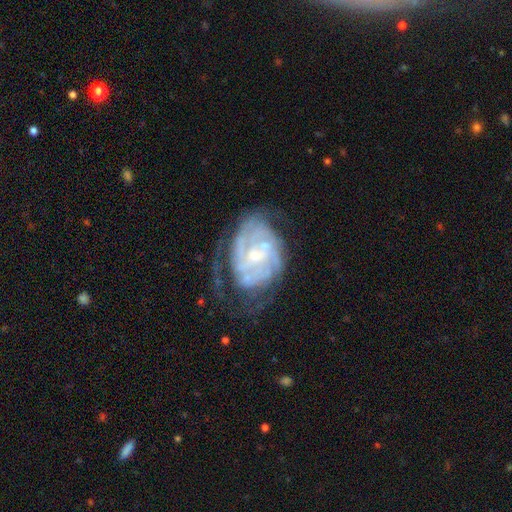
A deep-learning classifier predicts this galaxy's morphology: Smooth or featured?
  - featured or disk: 82% *
  - smooth: 11%
  - star or artifact: 7%
Edge-on disk?
  - no: 97% *
  - yes: 3%
Bar?
  - no: 55% *
  - weak: 36%
  - strong: 9%
Spiral arms?
  - yes: 85% *
  - no: 15%
Spiral winding?
  - tight: 56% *
  - medium: 32%
  - loose: 12%
Spiral arm count?
  - can't tell: 46% *
  - 2: 24%
  - 3: 13%
  - 4: 7%
  - 1: 6%
  - more than 4: 4%
Bulge size?
  - small: 66% *
  - moderate: 28%
  - none: 3%
  - large: 2%
  - dominant: 1%
Merging?
  - none: 46% *
  - major disturbance: 26%
  - minor disturbance: 24%
  - merger: 4%